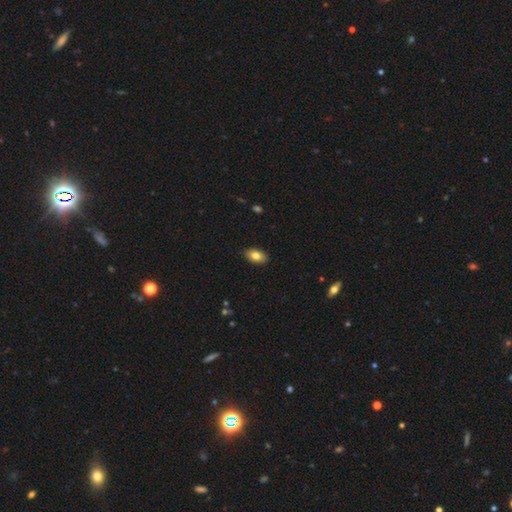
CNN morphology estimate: smooth_or_featured: smooth (p=0.80) [alt: featured or disk p=0.12]
how_rounded: in between (p=0.92) [alt: round p=0.06]
merging: none (p=0.88) [alt: minor disturbance p=0.09]